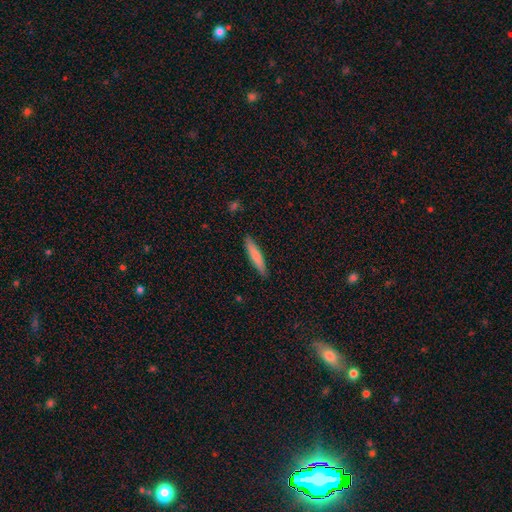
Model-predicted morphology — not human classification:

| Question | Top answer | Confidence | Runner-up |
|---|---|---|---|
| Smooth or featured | smooth | 78% | featured or disk (17%) |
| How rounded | cigar-shaped | 91% | in between (8%) |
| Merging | none | 89% | minor disturbance (8%) |